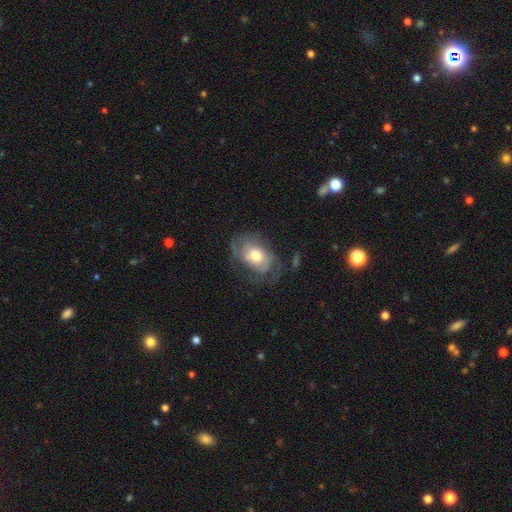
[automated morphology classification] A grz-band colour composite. It shows a featured or disk galaxy (72%) with no bar (76%), tight (49%) spiral arms (86%) and a moderate central bulge (64%). Merging: none (56%).